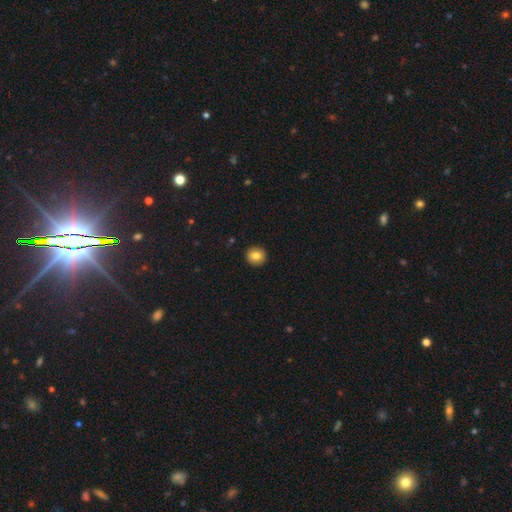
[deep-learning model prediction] smooth-or-featured: smooth: 83% | featured or disk: 9% | star or artifact: 9%
  how-rounded: round: 93% | in between: 6% | cigar-shaped: 1%
  merging: none: 93% | minor disturbance: 5% | major disturbance: 1% | merger: 1%